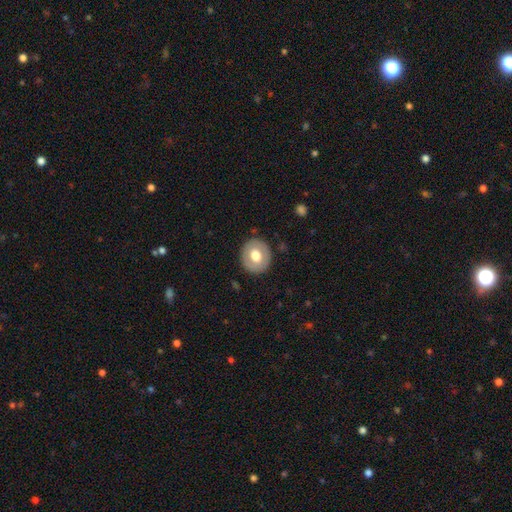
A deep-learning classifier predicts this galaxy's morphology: Overall: smooth (62%; featured or disk 31%). How rounded: round (79%). Merging: none (87%).